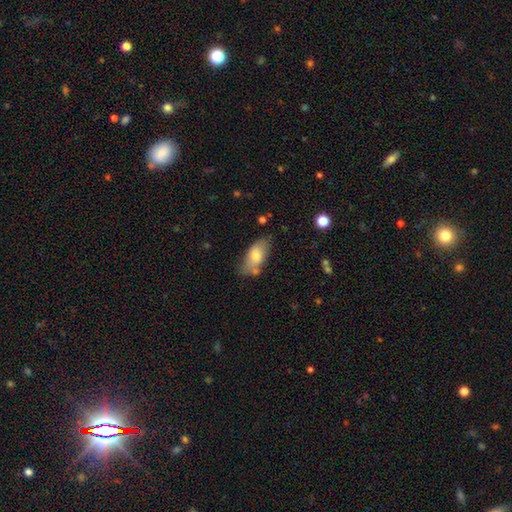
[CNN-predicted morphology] This appears to be a smooth galaxy with no disk features (73%) that is in between round and cigar-shaped (90%). Merging: none (62%).